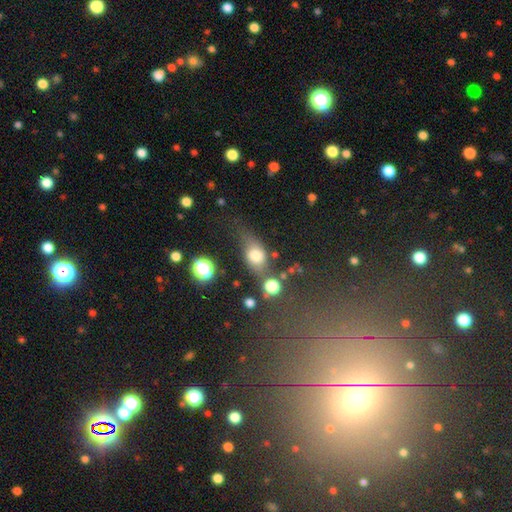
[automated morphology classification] Q: Smooth or featured?
A: smooth (68%); runner-up: featured or disk (19%)
Q: How rounded?
A: in between (70%); runner-up: round (24%)
Q: Merging?
A: none (49%); runner-up: minor disturbance (25%)